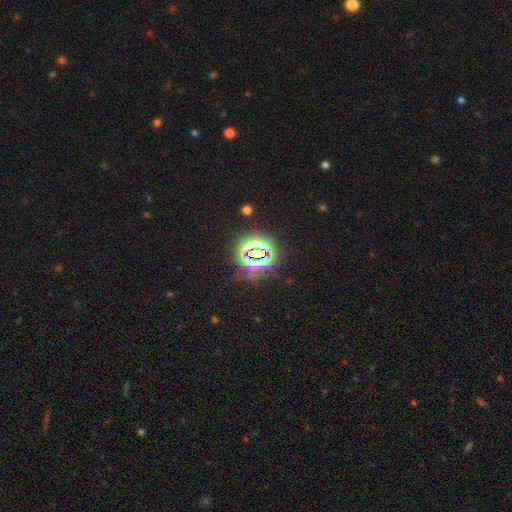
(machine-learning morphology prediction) Overall: star or artifact (78%).